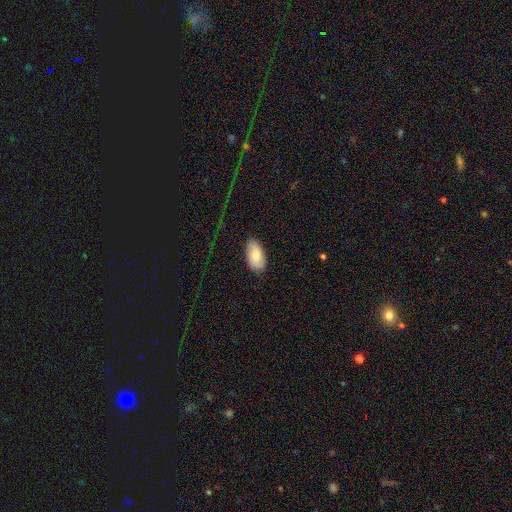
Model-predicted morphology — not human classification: smooth_or_featured: smooth (p=0.79) [alt: featured or disk p=0.15]
how_rounded: in between (p=0.94) [alt: round p=0.03]
merging: none (p=0.83) [alt: minor disturbance p=0.13]